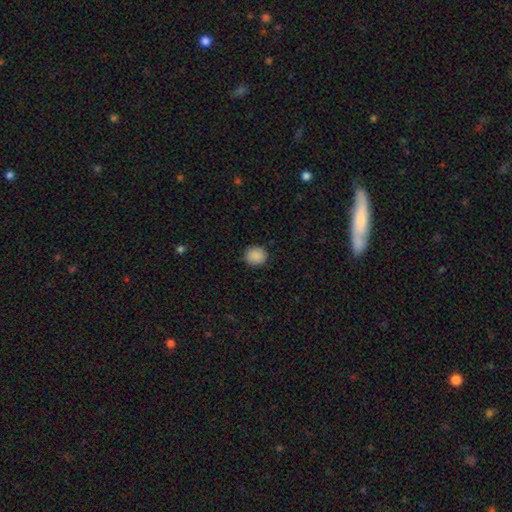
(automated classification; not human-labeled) Smooth or featured?
  - smooth: 89% *
  - star or artifact: 8%
  - featured or disk: 3%
How rounded?
  - round: 83% *
  - in between: 16%
  - cigar-shaped: 1%
Merging?
  - none: 89% *
  - minor disturbance: 8%
  - major disturbance: 2%
  - merger: 1%